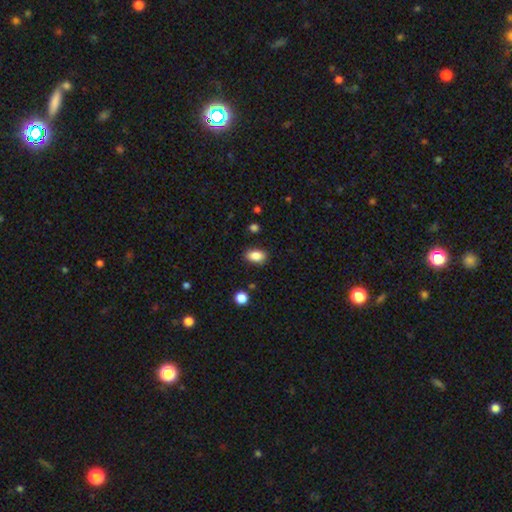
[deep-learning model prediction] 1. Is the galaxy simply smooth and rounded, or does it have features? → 86% smooth, 8% star or artifact, 5% featured or disk.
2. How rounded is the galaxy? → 88% in between, 10% round, 2% cigar-shaped.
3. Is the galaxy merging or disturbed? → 86% none, 10% minor disturbance, 2% major disturbance, 2% merger.